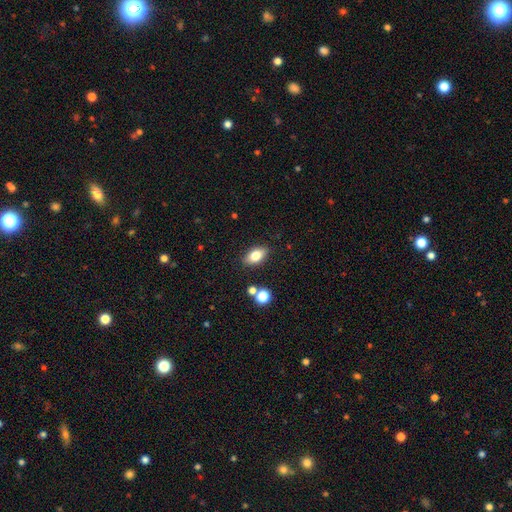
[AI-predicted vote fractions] The model was most divided on "smooth or featured": smooth: 75%, featured or disk: 16%, star or artifact: 9%. More confident: how rounded — in between (87%); merging — none (85%).